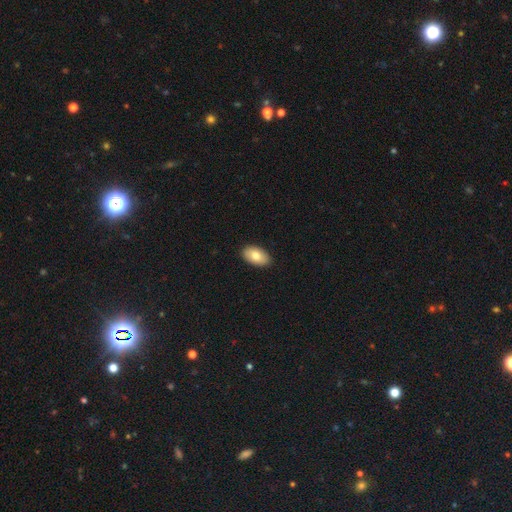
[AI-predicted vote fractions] Morphology: type=smooth (78%); roundness=in between (94%); merging=none (89%).